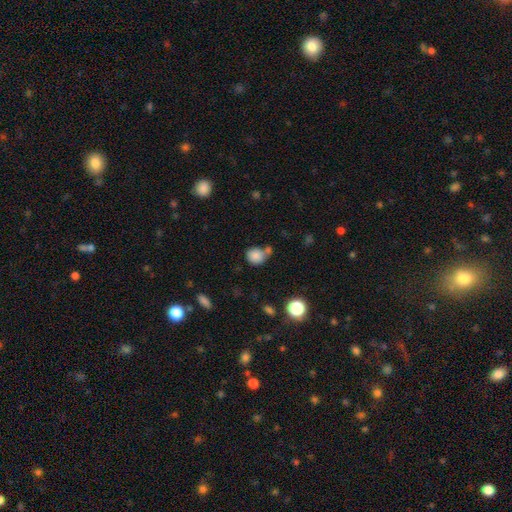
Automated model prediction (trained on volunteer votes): Smooth or featured: smooth — 84% (star or artifact — 10%)
How rounded: round — 75% (in between — 24%)
Merging: none — 54% (merger — 24%)